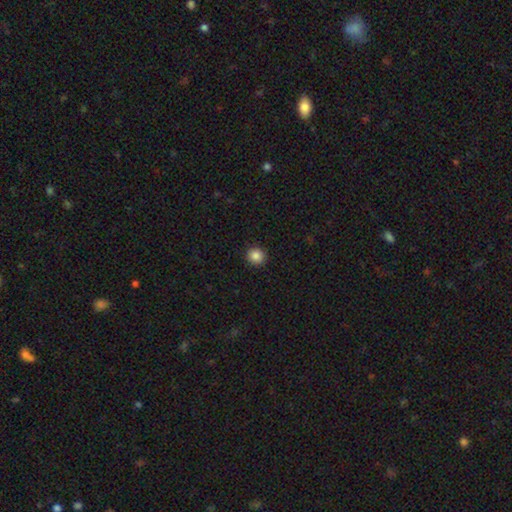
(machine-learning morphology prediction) smooth_or_featured: smooth (p=0.86) [alt: star or artifact p=0.10]
how_rounded: round (p=0.92) [alt: in between p=0.07]
merging: none (p=0.92) [alt: minor disturbance p=0.05]